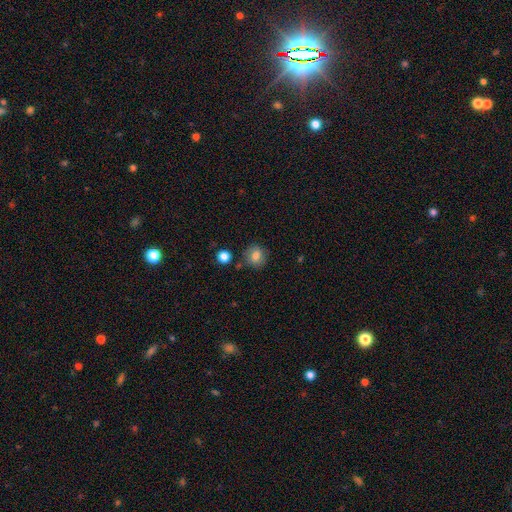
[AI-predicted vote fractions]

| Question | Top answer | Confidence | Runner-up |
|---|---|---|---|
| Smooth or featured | smooth | 78% | featured or disk (11%) |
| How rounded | round | 75% | in between (23%) |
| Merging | none | 78% | minor disturbance (14%) |